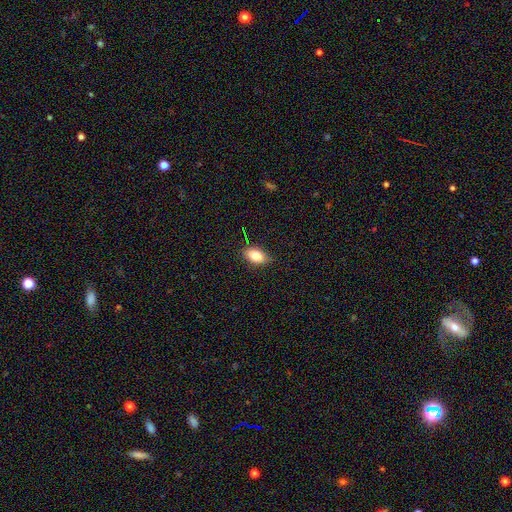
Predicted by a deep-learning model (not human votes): smooth 81%, featured or disk 11%, star or artifact 8%. Down the decision tree: how rounded — in between (89%); merging — none (84%).